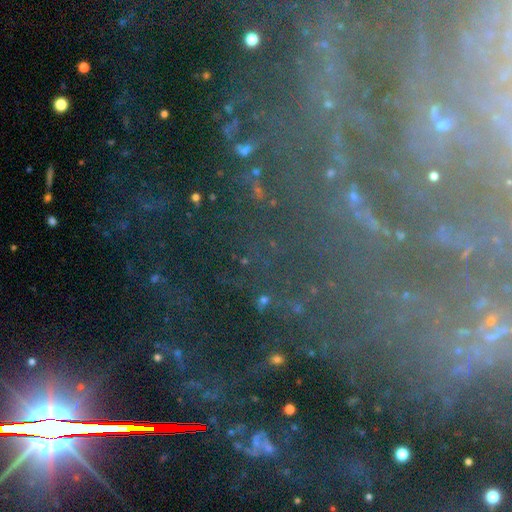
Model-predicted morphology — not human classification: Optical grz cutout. It shows a star or artifact, not a galaxy (61%).